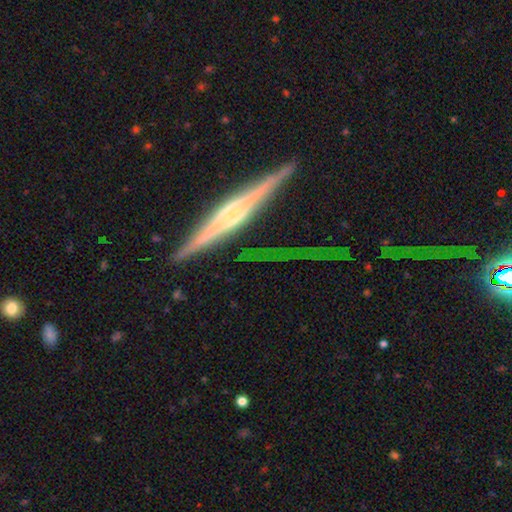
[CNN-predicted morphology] type=featured or disk (82%); edge-on=yes (96%); edge-on bulge=rounded (55%); merging=none (64%).